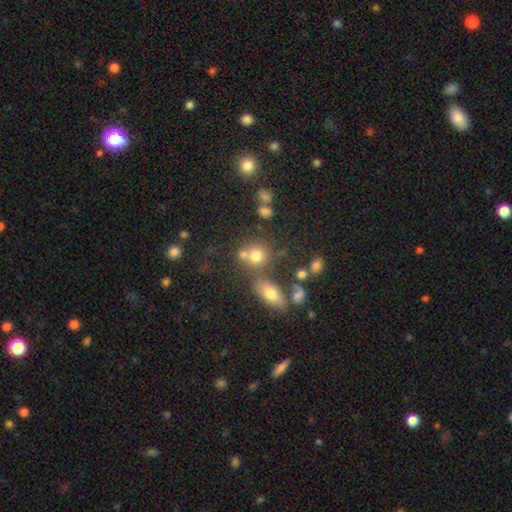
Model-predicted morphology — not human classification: A smooth galaxy with no disk features (73%) that is round (73%). Merging: none (52%).